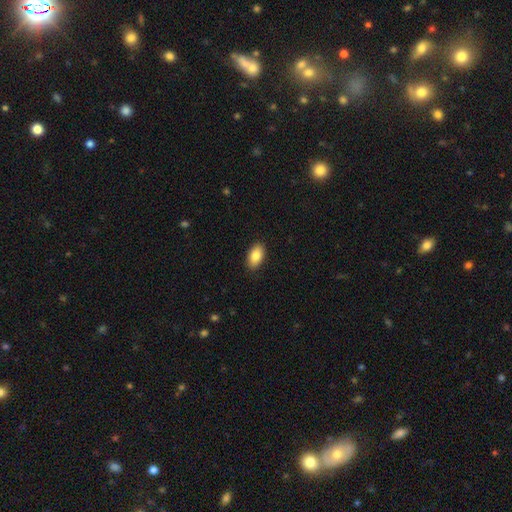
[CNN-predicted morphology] Q: Smooth or featured?
A: smooth (86%); runner-up: star or artifact (7%)
Q: How rounded?
A: in between (93%); runner-up: round (5%)
Q: Merging?
A: none (89%); runner-up: minor disturbance (8%)